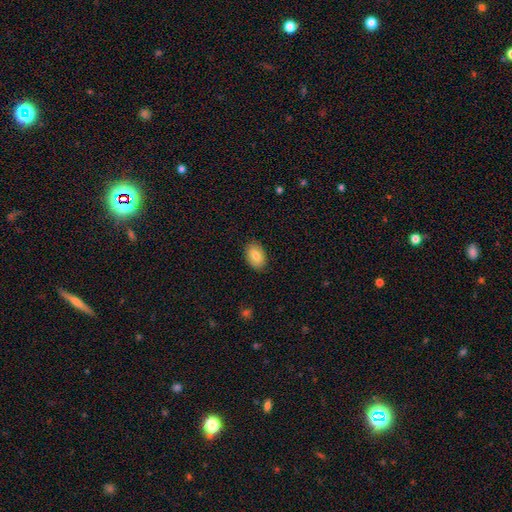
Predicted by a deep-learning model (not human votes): smooth-or-featured: smooth: 82% | featured or disk: 11% | star or artifact: 7%
  how-rounded: in between: 86% | round: 13% | cigar-shaped: 1%
  merging: none: 88% | minor disturbance: 9% | major disturbance: 2% | merger: 1%